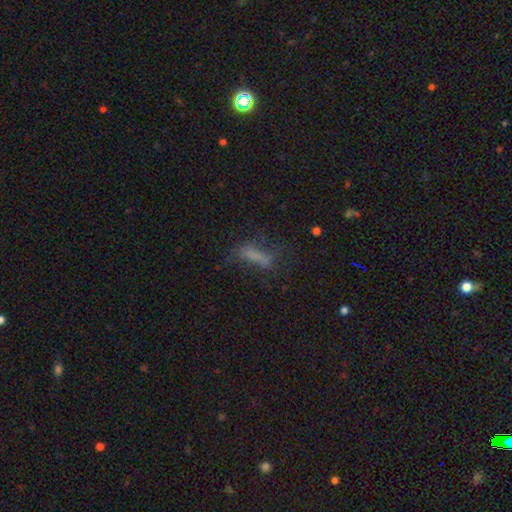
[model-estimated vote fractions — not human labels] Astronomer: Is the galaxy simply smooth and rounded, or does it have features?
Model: smooth — 57%.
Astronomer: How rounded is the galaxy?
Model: cigar-shaped — 61%.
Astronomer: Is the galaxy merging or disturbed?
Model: none — 47% (runner-up: major disturbance, 26%).